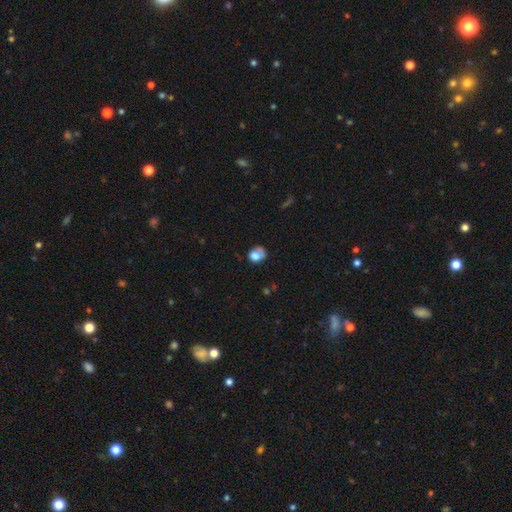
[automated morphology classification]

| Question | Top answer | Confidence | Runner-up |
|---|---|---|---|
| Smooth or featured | smooth | 72% | featured or disk (18%) |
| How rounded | round | 53% | in between (46%) |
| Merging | none | 40% | minor disturbance (31%) |